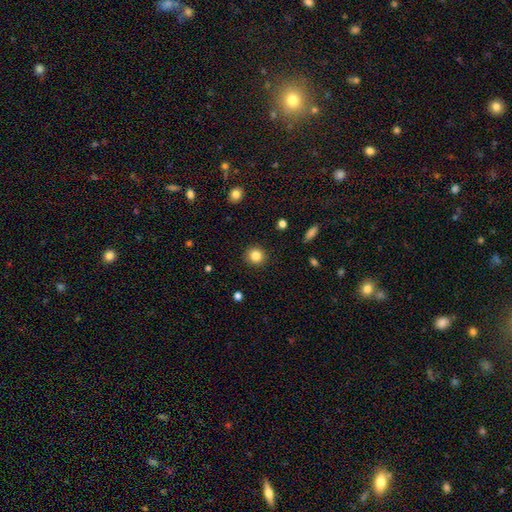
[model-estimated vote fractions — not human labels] smooth 84%, star or artifact 11%, featured or disk 5%. Down the decision tree: how rounded — round (91%); merging — none (91%).